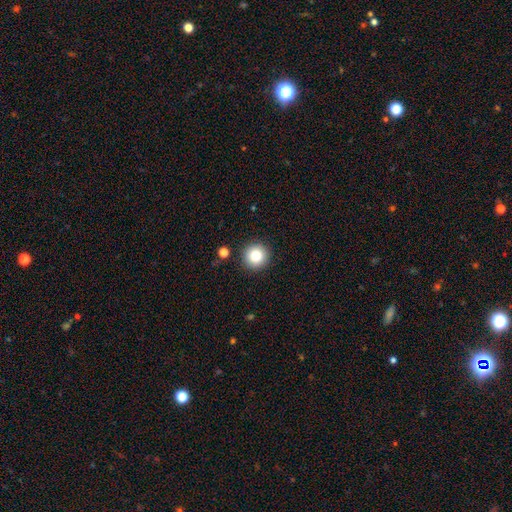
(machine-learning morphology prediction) Smooth or featured?
  - smooth: 81% *
  - star or artifact: 11%
  - featured or disk: 8%
How rounded?
  - round: 95% *
  - in between: 4%
  - cigar-shaped: 1%
Merging?
  - none: 91% *
  - minor disturbance: 6%
  - merger: 2%
  - major disturbance: 2%